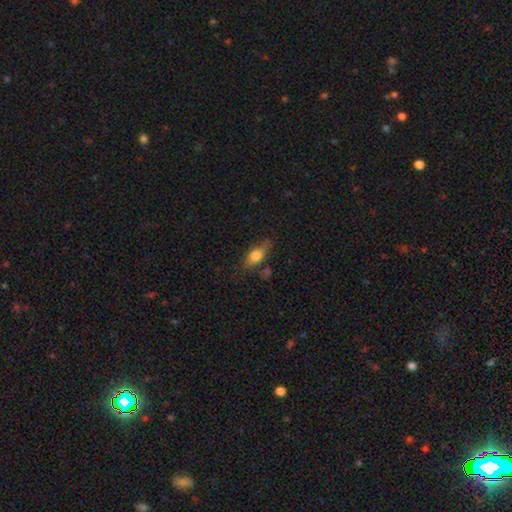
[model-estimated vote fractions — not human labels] The model was most divided on "merging": none: 66%, minor disturbance: 22%, major disturbance: 6%, merger: 6%. More confident: how rounded — in between (71%); smooth or featured — smooth (71%).